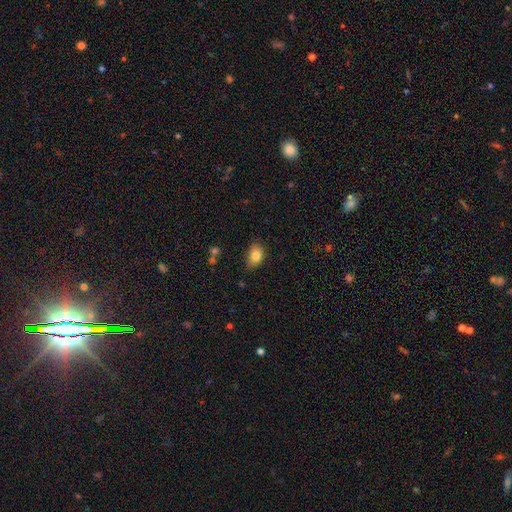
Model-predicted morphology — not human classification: Q: Smooth or featured?
A: smooth (82%); runner-up: star or artifact (9%)
Q: How rounded?
A: in between (77%); runner-up: round (21%)
Q: Merging?
A: none (67%); runner-up: minor disturbance (26%)